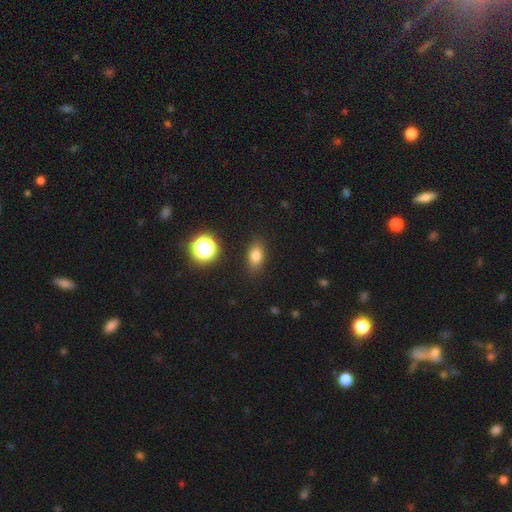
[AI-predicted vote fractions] A smooth galaxy with no disk features (79%) that is in between round and cigar-shaped (80%). Merging: none (87%).